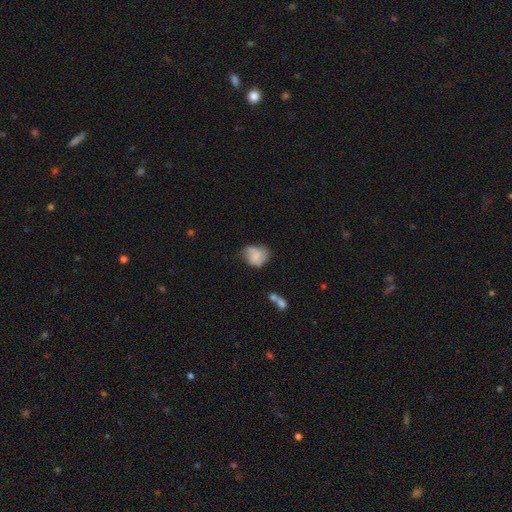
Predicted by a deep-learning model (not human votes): smooth-or-featured: smooth: 68% | featured or disk: 23% | star or artifact: 9%
  how-rounded: in between: 51% | round: 48% | cigar-shaped: 1%
  merging: none: 42% | minor disturbance: 36% | major disturbance: 16% | merger: 6%